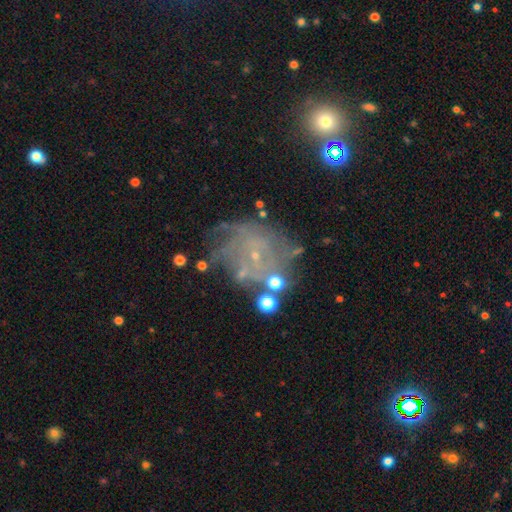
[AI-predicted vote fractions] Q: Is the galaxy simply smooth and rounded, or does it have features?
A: featured or disk — 65%.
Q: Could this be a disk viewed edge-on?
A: no — 97%.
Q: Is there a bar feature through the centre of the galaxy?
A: no — 77%.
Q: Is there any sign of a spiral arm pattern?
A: yes — 72%.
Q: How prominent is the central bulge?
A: small — 73%.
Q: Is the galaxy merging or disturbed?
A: none — 59%.